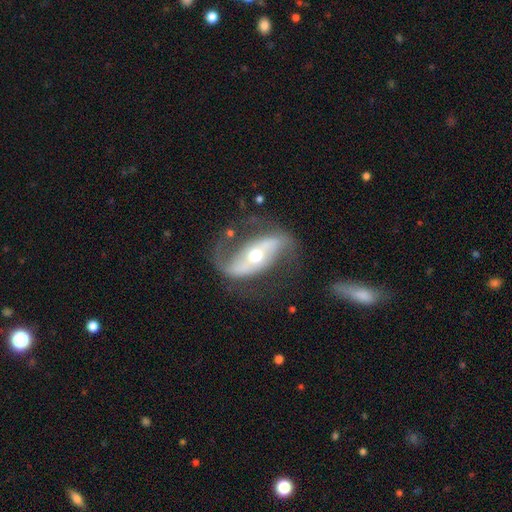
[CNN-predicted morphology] smooth-or-featured: featured or disk: 86% | smooth: 9% | star or artifact: 5%
  disk-edge-on: no: 93% | yes: 7%
    bar: strong: 53% | no: 24% | weak: 24%
    has-spiral-arms: yes: 91% | no: 9%
      spiral-winding: loose: 57% | medium: 33% | tight: 10%
      spiral-arm-count: 2: 88% | 1: 6% | can't tell: 3% | 3: 1% | 4: 1% | more than 4: 1%
    bulge-size: moderate: 65% | small: 28% | large: 6% | dominant: 1% | none: 1%
  merging: none: 65% | minor disturbance: 17% | major disturbance: 16% | merger: 2%